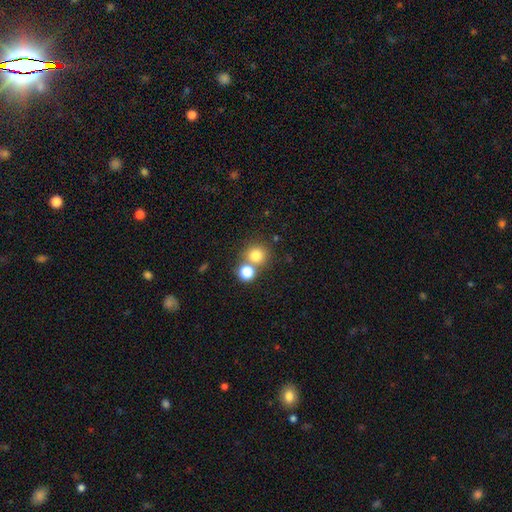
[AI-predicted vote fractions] smooth 78%, star or artifact 14%, featured or disk 8%. Down the decision tree: how rounded — round (90%); merging — none (62%).